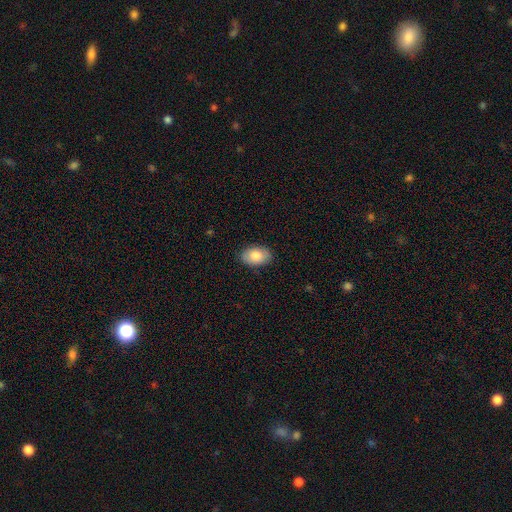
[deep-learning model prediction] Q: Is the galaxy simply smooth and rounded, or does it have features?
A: smooth — 82%.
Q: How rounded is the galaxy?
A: in between — 89%.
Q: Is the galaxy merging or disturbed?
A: none — 86%.